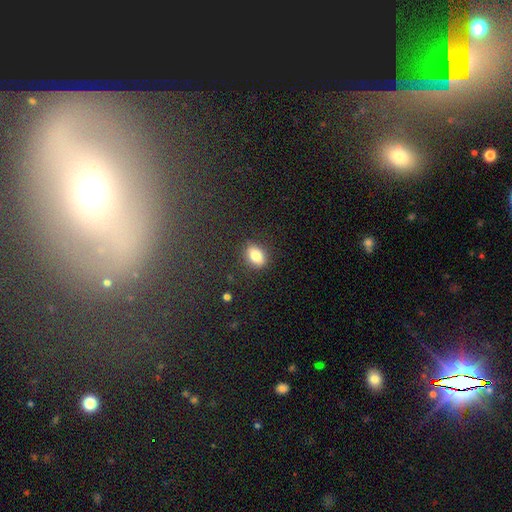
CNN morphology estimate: Smooth or featured? Predicted: smooth (p=0.81). How rounded? Predicted: in between (p=0.75). Merging? Predicted: none (p=0.83).